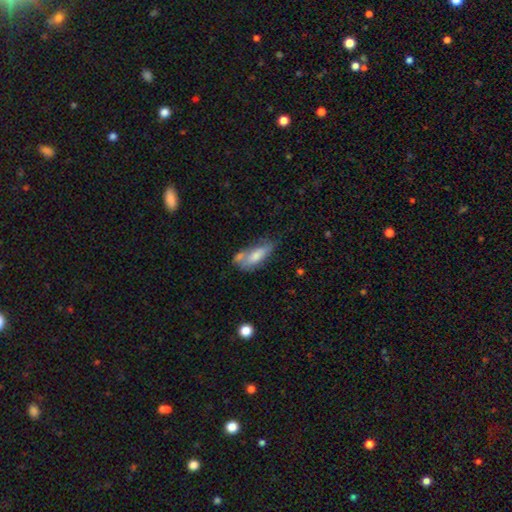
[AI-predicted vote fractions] A smooth galaxy with no disk features (69%) that is in between round and cigar-shaped (74%). Merging: none (37%).